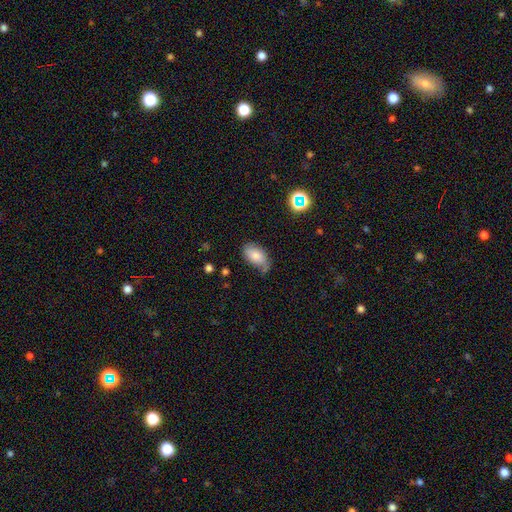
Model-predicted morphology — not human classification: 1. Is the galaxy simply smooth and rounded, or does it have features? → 77% smooth, 14% featured or disk, 9% star or artifact.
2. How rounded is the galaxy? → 93% in between, 5% round, 2% cigar-shaped.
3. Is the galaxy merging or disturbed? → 55% none, 31% minor disturbance, 9% major disturbance, 5% merger.